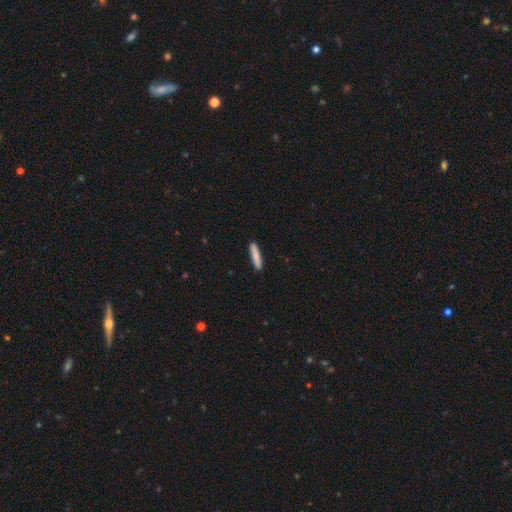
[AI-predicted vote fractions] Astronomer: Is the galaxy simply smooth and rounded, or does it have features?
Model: smooth — 85%.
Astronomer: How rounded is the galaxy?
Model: cigar-shaped — 91%.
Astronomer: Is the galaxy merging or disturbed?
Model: none — 91%.